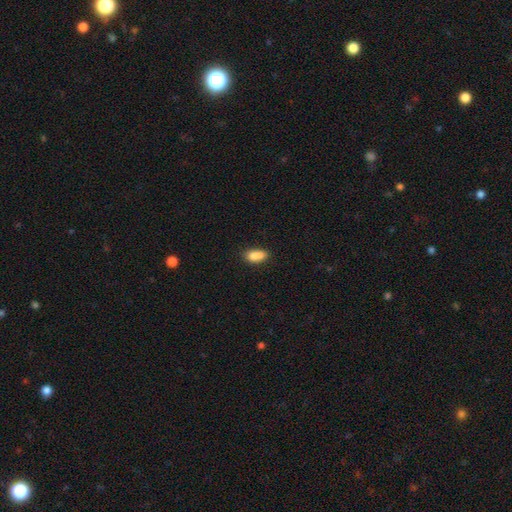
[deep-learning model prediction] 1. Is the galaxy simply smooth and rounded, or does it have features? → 80% smooth, 11% featured or disk, 9% star or artifact.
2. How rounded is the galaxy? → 85% in between, 7% cigar-shaped, 7% round.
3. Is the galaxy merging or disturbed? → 52% none, 24% merger, 19% minor disturbance, 5% major disturbance.